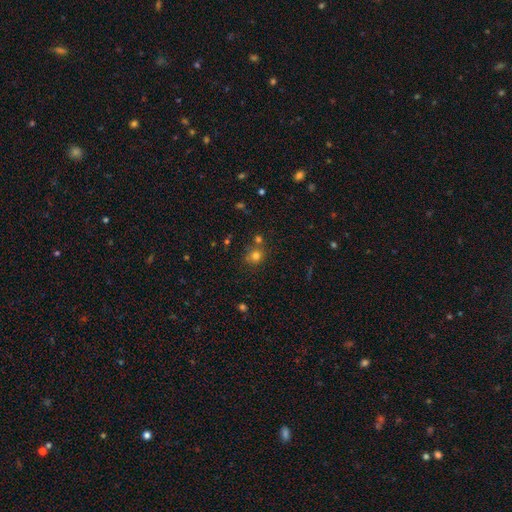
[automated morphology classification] A smooth galaxy with no disk features (75%) that is round (81%).

Vote fractions:
- Smooth or featured? smooth: 75% / star or artifact: 17% / featured or disk: 8%
- How rounded? round: 81% / in between: 18% / cigar-shaped: 1%
- Merging? none: 67% / merger: 17% / minor disturbance: 12% / major disturbance: 4%